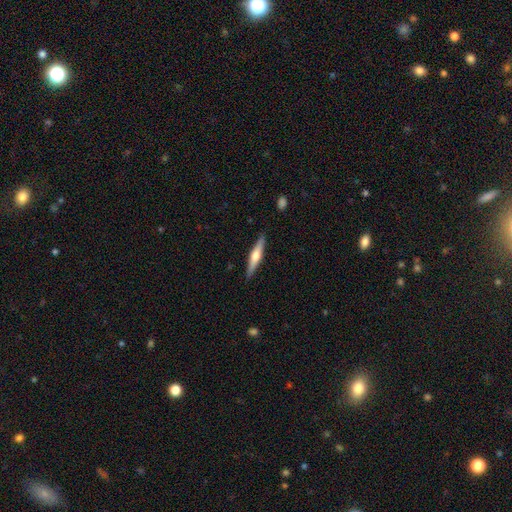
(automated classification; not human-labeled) Smooth or featured? Predicted: featured or disk (p=0.61). Edge-on disk? Predicted: yes (p=0.97). Edge-on bulge? Predicted: rounded (p=0.90). Merging? Predicted: none (p=0.89).